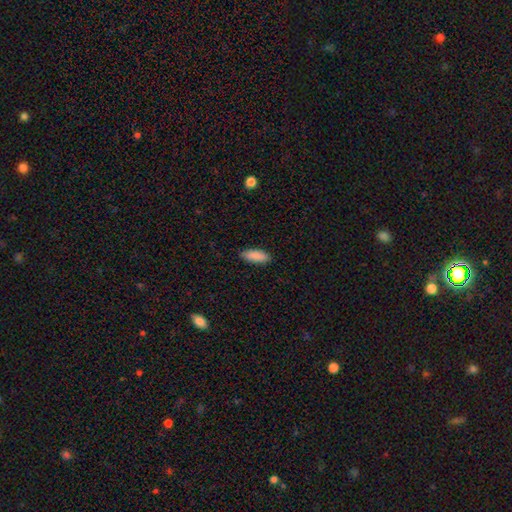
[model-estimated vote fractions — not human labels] smooth_or_featured: smooth (p=0.89) [alt: star or artifact p=0.06]
how_rounded: in between (p=0.70) [alt: cigar-shaped p=0.28]
merging: none (p=0.86) [alt: minor disturbance p=0.11]